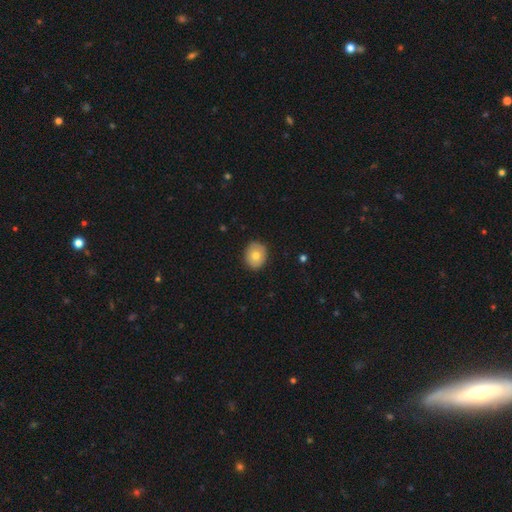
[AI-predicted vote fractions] smooth 78%, featured or disk 14%, star or artifact 8%. Down the decision tree: how rounded — round (63%); merging — none (87%).